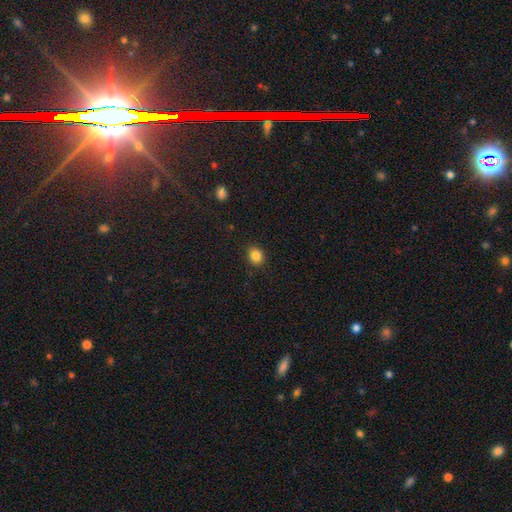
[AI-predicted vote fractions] smooth_or_featured: smooth (p=0.84) [alt: star or artifact p=0.11]
how_rounded: round (p=0.62) [alt: in between p=0.37]
merging: none (p=0.88) [alt: minor disturbance p=0.09]